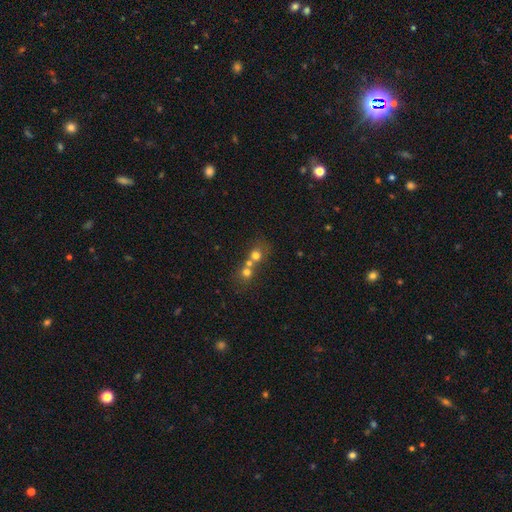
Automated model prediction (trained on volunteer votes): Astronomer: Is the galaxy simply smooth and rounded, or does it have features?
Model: smooth — 65%.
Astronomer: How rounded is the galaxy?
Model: round — 80%.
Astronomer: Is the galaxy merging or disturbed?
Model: merger — 60%.